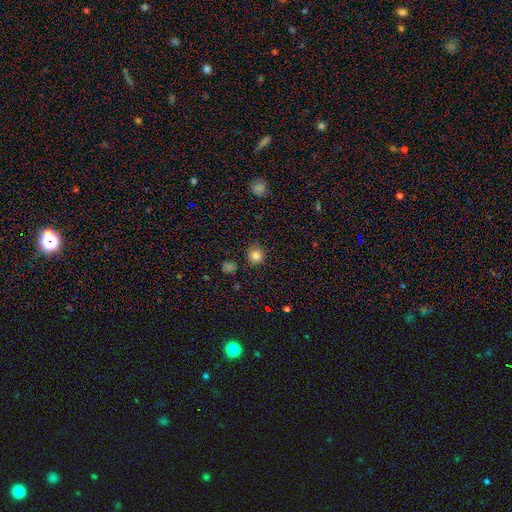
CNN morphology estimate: smooth 82%, star or artifact 13%, featured or disk 4%. Down the decision tree: how rounded — round (92%); merging — none (86%).